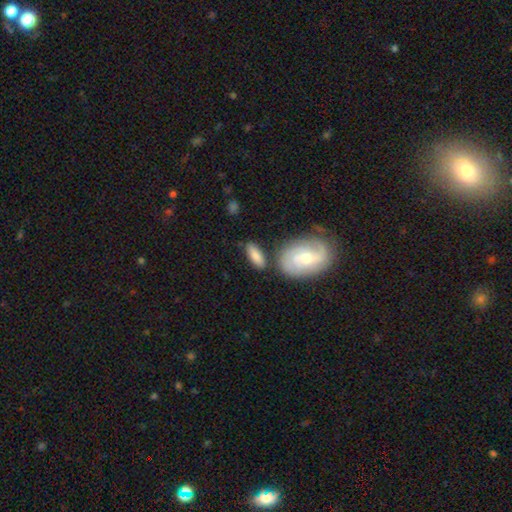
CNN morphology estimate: type=smooth (73%); roundness=in between (72%); merging=none (72%).